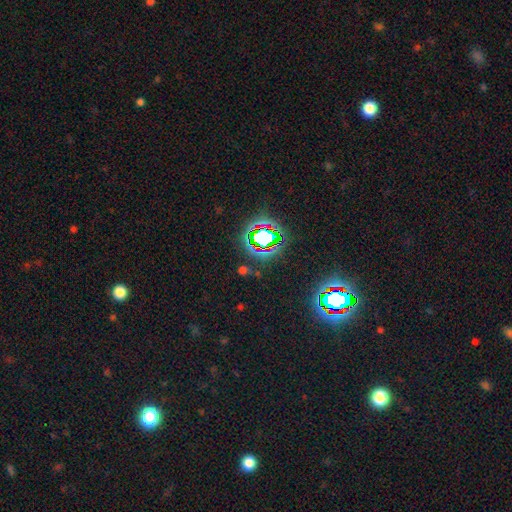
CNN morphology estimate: This is clearly a star or artifact rather than a galaxy (80%).